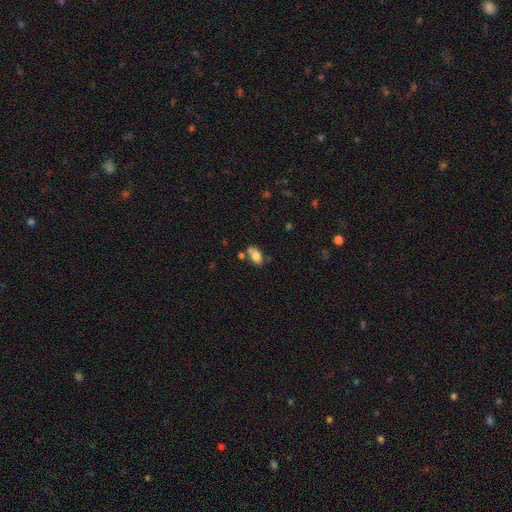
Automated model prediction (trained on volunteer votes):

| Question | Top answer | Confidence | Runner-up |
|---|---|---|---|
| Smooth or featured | smooth | 76% | featured or disk (15%) |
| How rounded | in between | 89% | round (7%) |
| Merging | none | 53% | merger (25%) |